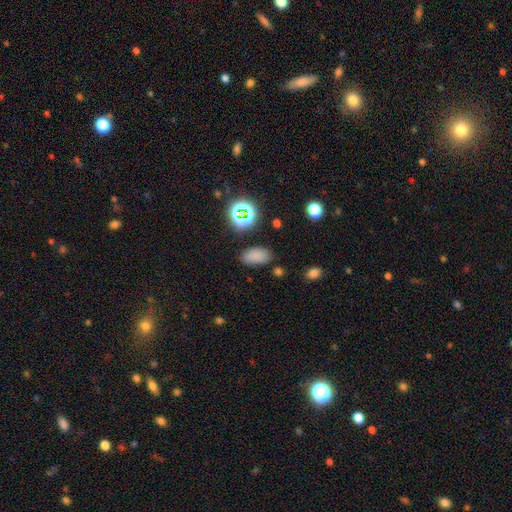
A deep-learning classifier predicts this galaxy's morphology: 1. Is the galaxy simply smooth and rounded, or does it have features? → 77% smooth, 17% star or artifact, 6% featured or disk.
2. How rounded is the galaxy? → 91% in between, 7% round, 2% cigar-shaped.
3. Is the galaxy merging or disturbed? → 79% none, 14% minor disturbance, 4% major disturbance, 3% merger.